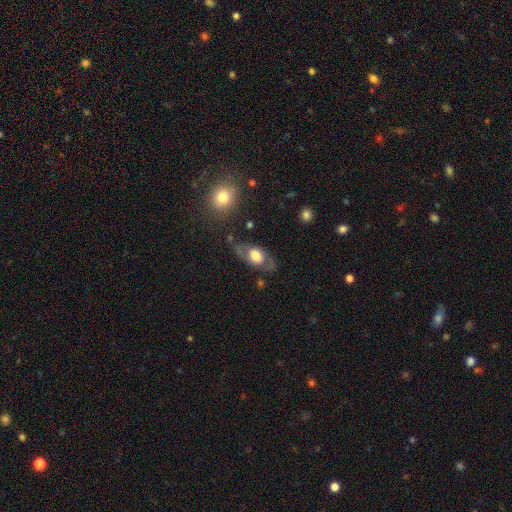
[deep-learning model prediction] A featured or disk galaxy (56%). Merging: none (69%).